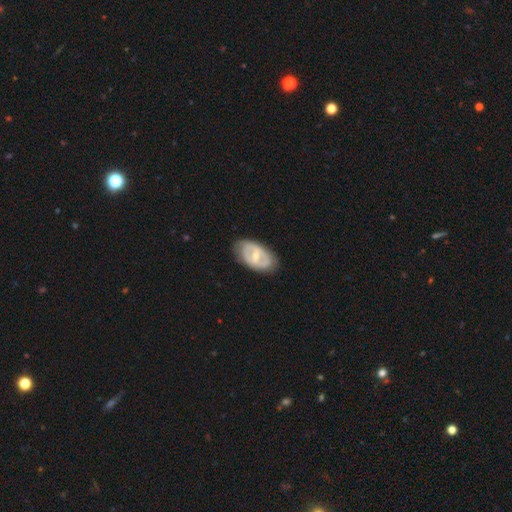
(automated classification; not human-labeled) Smooth or featured: featured or disk — 65% (smooth — 30%)
Edge-on disk: no — 93% (yes — 7%)
Bar: weak — 42% (strong — 39%)
Spiral arms: no — 64% (yes — 36%)
Bulge size: moderate — 52% (small — 42%)
Merging: none — 77% (minor disturbance — 17%)